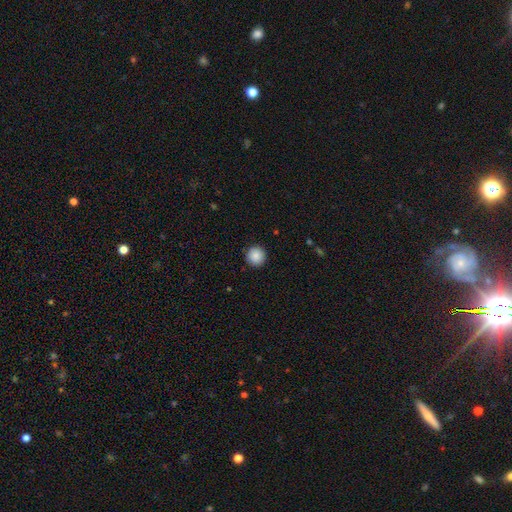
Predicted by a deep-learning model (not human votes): This is clearly a smooth galaxy (88%). How rounded: clearly round (95%). Merging: clearly none (92%).